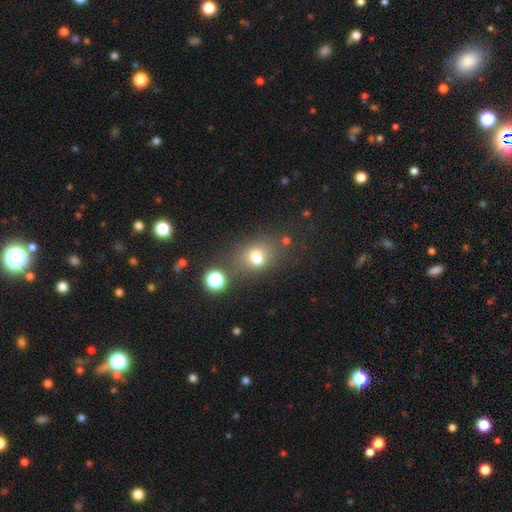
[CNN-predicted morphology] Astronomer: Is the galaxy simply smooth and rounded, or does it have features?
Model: smooth — 66%.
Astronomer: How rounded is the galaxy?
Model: in between — 62%.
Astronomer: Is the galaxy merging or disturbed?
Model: none — 49% (runner-up: merger, 25%).